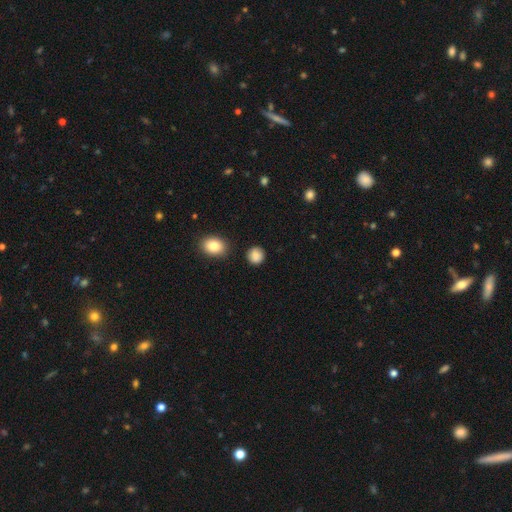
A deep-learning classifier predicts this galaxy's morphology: Smooth or featured: smooth — 88% (star or artifact — 9%)
How rounded: round — 87% (in between — 12%)
Merging: none — 87% (minor disturbance — 8%)